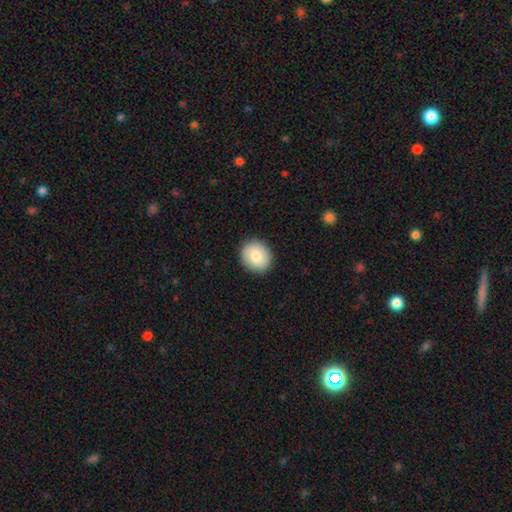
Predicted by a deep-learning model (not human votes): Morphology: type=smooth (81%); roundness=round (76%); merging=none (90%).